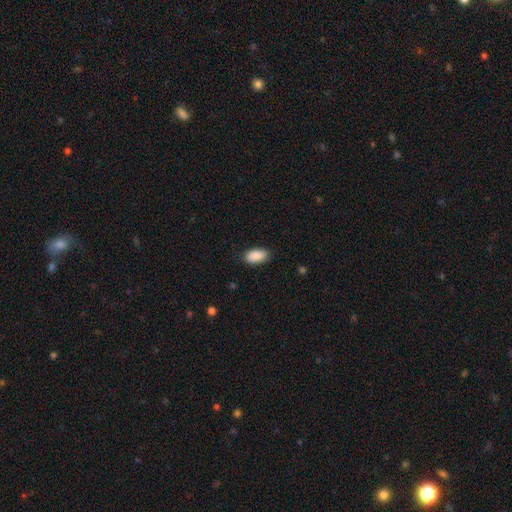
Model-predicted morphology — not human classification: A smooth galaxy with no disk features (90%) that is in between round and cigar-shaped (94%).

Vote fractions:
- Smooth or featured? smooth: 90% / star or artifact: 7% / featured or disk: 3%
- How rounded? in between: 94% / round: 3% / cigar-shaped: 3%
- Merging? none: 85% / minor disturbance: 11% / major disturbance: 3% / merger: 1%